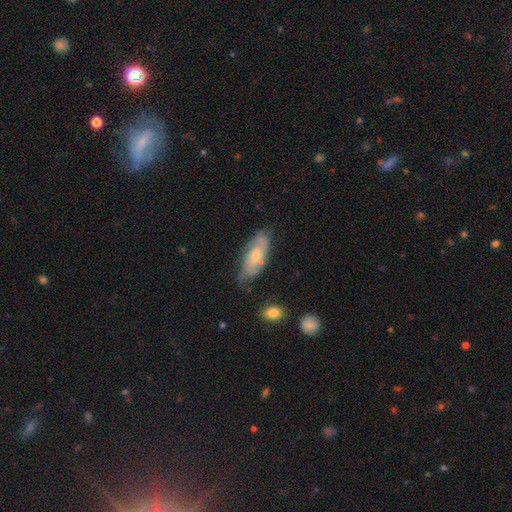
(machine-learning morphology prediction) Smooth or featured? featured or disk (61%)
Edge-on disk? no (85%)
Bar? no (66%)
Spiral arms? yes (80%)
Bulge size? moderate (50%)
Merging? none (67%)